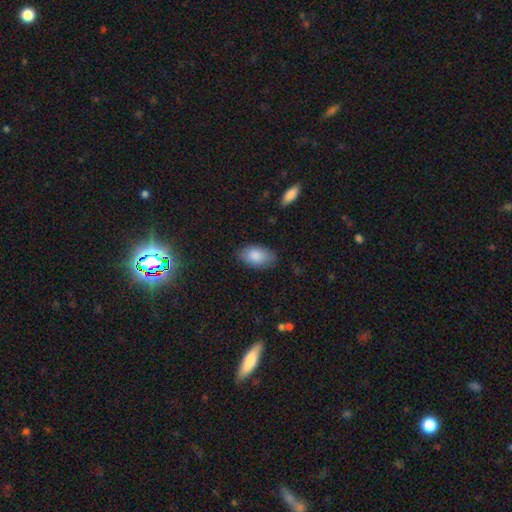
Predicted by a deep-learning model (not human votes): This is clearly a smooth galaxy (87%). How rounded: clearly in between (94%). Merging: clearly none (81%).